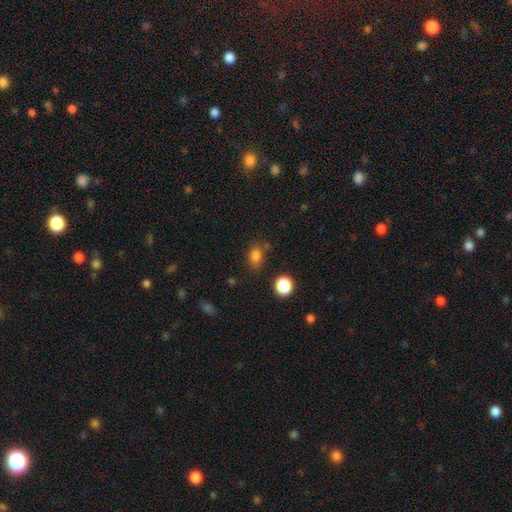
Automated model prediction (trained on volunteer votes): smooth_or_featured: smooth (p=0.80) [alt: star or artifact p=0.14]
how_rounded: in between (p=0.69) [alt: round p=0.29]
merging: none (p=0.72) [alt: minor disturbance p=0.17]